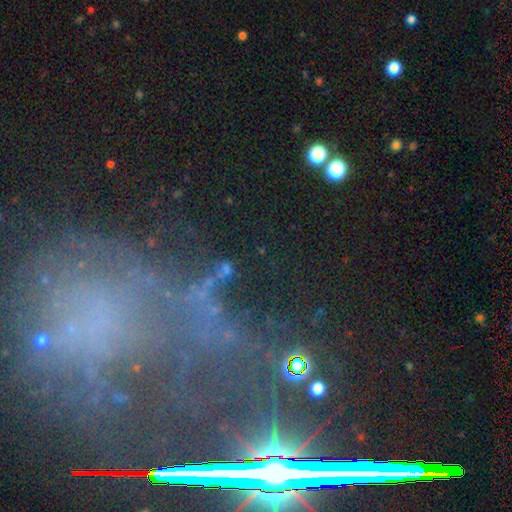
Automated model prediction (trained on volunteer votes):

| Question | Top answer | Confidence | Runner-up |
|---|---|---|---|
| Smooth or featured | star or artifact | 54% | featured or disk (27%) |